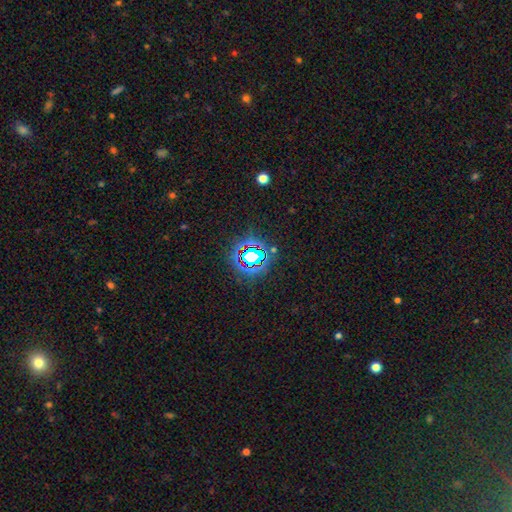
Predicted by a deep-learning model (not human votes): Smooth or featured? Predicted: star or artifact (p=0.73).